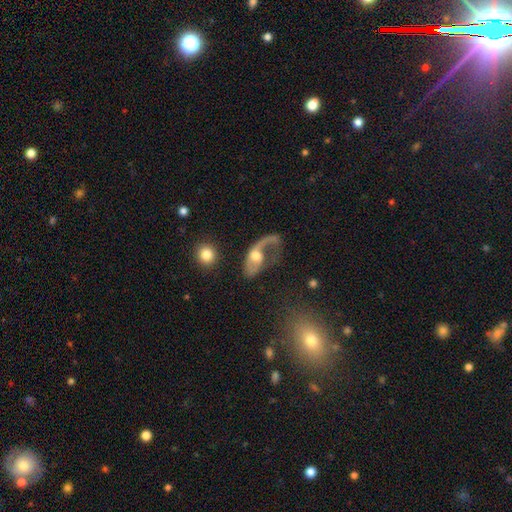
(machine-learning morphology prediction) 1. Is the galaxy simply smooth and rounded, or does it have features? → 64% featured or disk, 29% smooth, 7% star or artifact.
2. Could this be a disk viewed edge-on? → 91% no, 9% yes.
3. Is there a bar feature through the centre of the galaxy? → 71% no, 23% weak, 7% strong.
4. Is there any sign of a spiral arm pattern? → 71% yes, 29% no.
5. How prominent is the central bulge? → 64% moderate, 18% small, 13% large, 3% none, 2% dominant.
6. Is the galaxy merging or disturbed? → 62% major disturbance, 19% none, 12% minor disturbance, 7% merger.